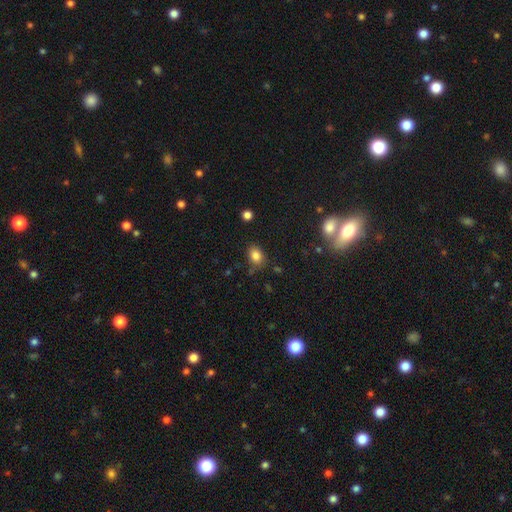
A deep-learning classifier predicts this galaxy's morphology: Q: Smooth or featured?
A: smooth (83%); runner-up: star or artifact (11%)
Q: How rounded?
A: in between (66%); runner-up: round (33%)
Q: Merging?
A: none (76%); runner-up: minor disturbance (17%)